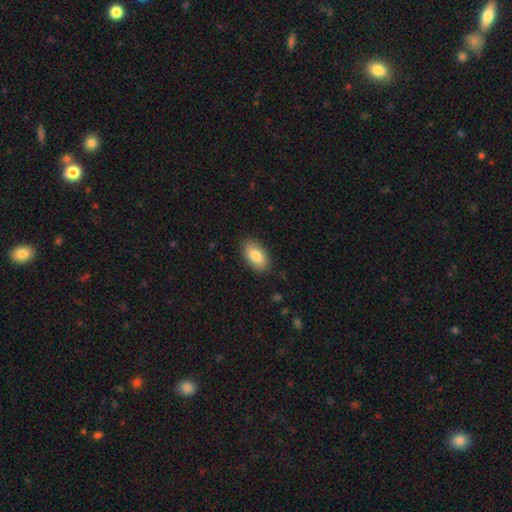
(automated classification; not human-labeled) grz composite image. It shows a smooth galaxy with no disk features (83%) that is in between round and cigar-shaped (93%). Merging: none (87%).